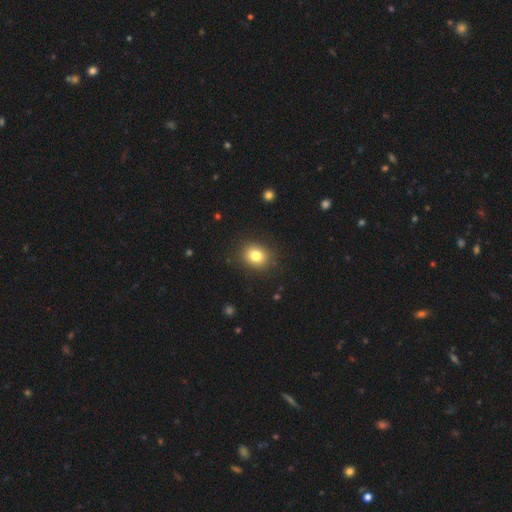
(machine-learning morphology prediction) Smooth or featured? smooth (80%)
How rounded? round (60%)
Merging? none (87%)